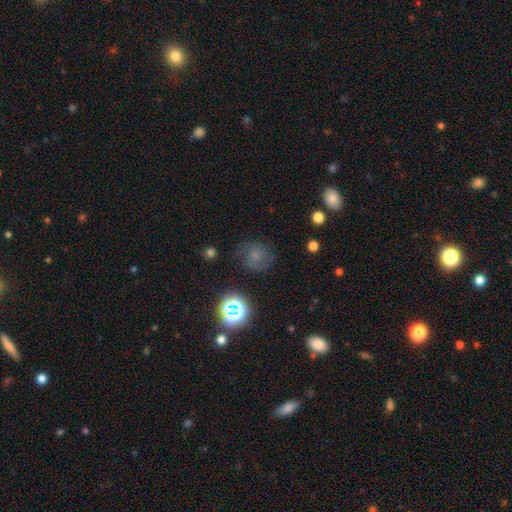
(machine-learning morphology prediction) This appears to be a smooth galaxy with no disk features (40%). Merging: none (69%).